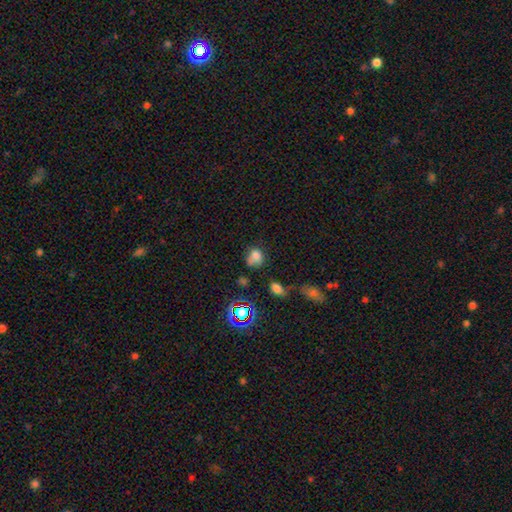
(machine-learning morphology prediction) smooth-or-featured: smooth: 72% | star or artifact: 19% | featured or disk: 9%
  how-rounded: round: 60% | in between: 39% | cigar-shaped: 1%
  merging: none: 47% | minor disturbance: 29% | major disturbance: 13% | merger: 11%